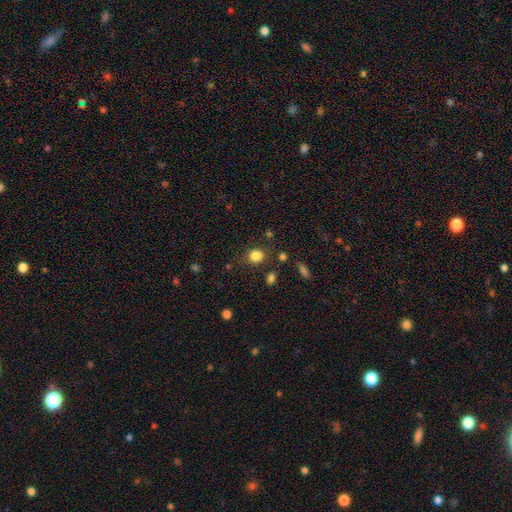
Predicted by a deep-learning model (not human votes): Smooth or featured? smooth (83%)
How rounded? round (58%)
Merging? none (76%)